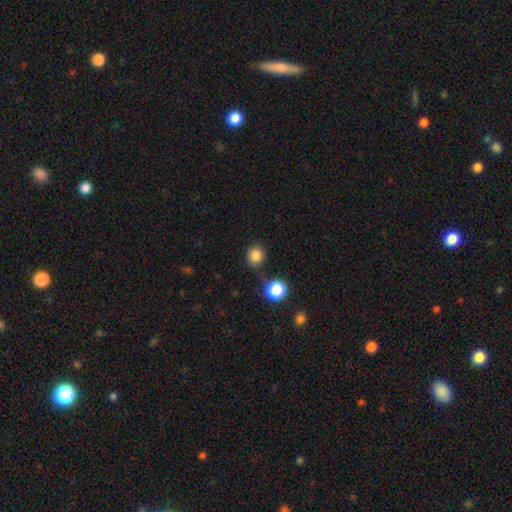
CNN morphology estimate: smooth-or-featured: smooth: 84% | star or artifact: 12% | featured or disk: 4%
  how-rounded: round: 83% | in between: 16% | cigar-shaped: 1%
  merging: none: 79% | minor disturbance: 12% | merger: 5% | major disturbance: 3%